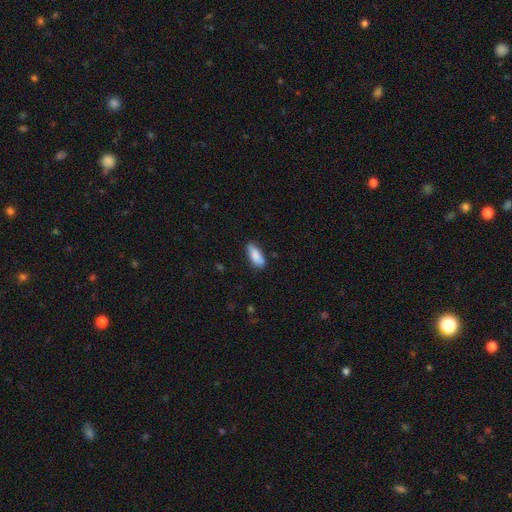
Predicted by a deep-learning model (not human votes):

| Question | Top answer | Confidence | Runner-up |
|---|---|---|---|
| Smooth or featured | smooth | 85% | featured or disk (9%) |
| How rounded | in between | 76% | cigar-shaped (22%) |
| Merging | none | 78% | minor disturbance (17%) |